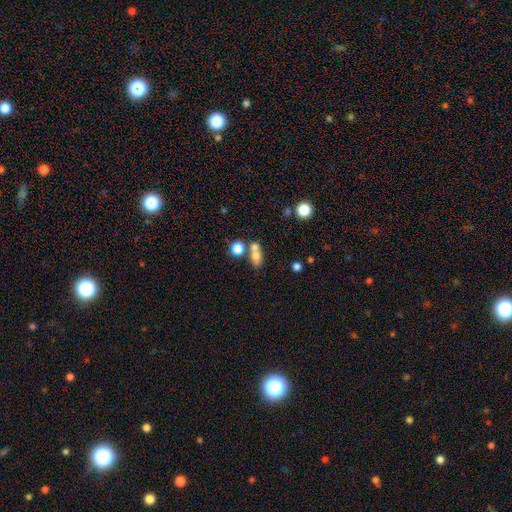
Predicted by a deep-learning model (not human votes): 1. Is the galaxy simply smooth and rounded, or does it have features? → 72% smooth, 15% featured or disk, 14% star or artifact.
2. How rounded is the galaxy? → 61% in between, 36% round, 3% cigar-shaped.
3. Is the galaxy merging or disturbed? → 46% merger, 39% none, 10% minor disturbance, 5% major disturbance.